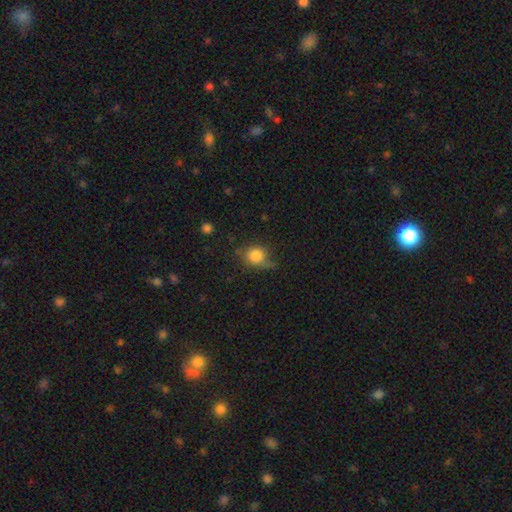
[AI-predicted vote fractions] This appears to be a smooth galaxy with no disk features (80%) that is round (75%). Merging: none (58%).